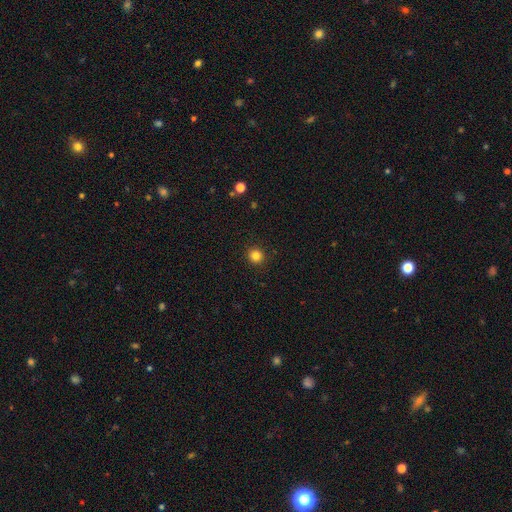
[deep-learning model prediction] Morphology: type=smooth (83%); roundness=round (94%); merging=none (92%).